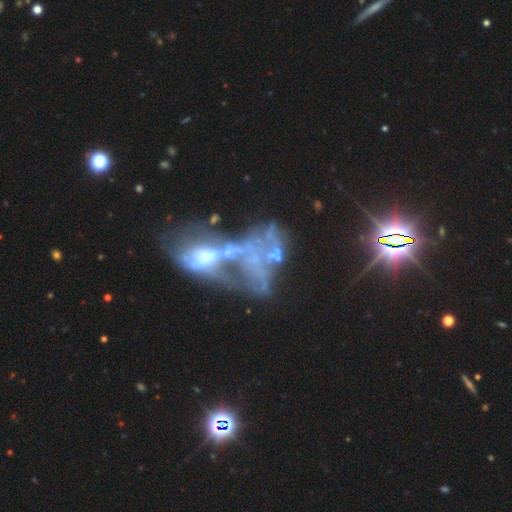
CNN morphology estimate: A featured or disk galaxy (59%) with no bar (86%), no spiral arms (83%) and no central bulge (61%). Merging: merger (55%).